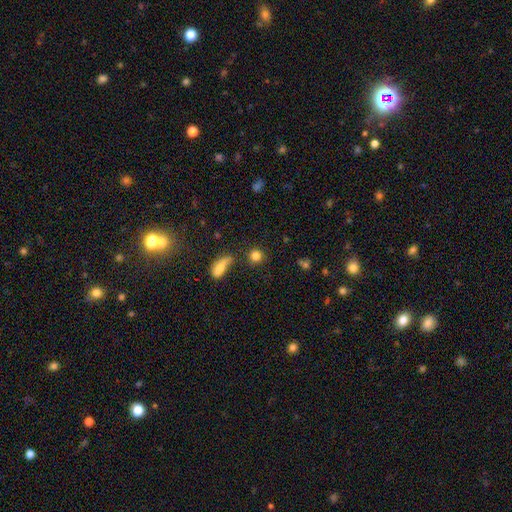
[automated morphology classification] This is clearly a smooth galaxy (82%). How rounded: clearly round (88%). Merging: likely none (76%).